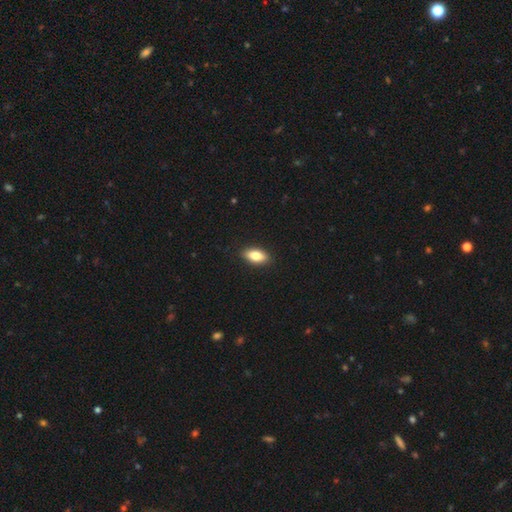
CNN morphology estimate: A smooth galaxy with no disk features (81%) that is in between round and cigar-shaped (87%). Merging: none (89%).